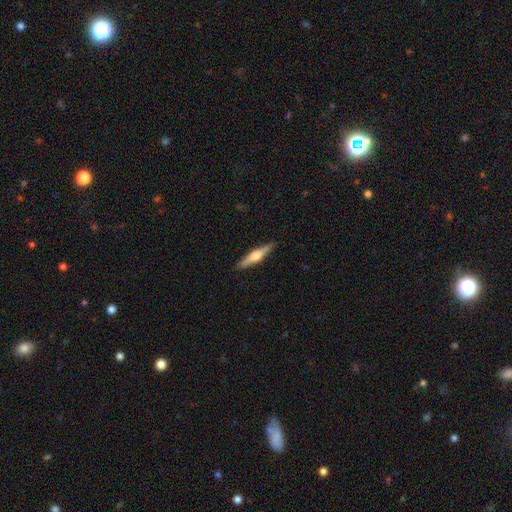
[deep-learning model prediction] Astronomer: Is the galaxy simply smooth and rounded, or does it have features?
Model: featured or disk — 61%.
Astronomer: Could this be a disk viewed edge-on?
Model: yes — 97%.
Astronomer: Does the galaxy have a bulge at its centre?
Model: rounded — 89%.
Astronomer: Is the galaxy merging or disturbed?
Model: none — 91%.